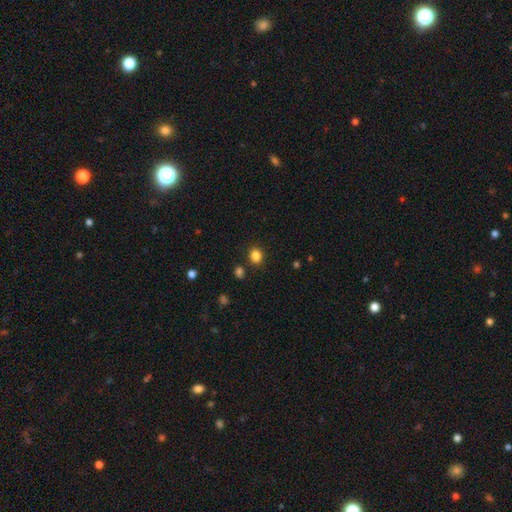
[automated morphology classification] Overall: smooth (84%). How rounded: round (73%). Merging: none (86%).